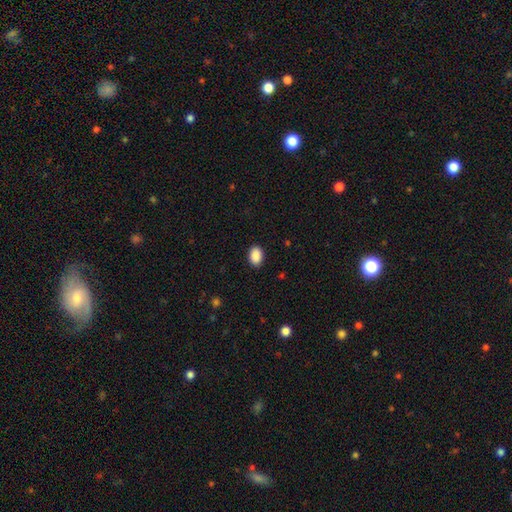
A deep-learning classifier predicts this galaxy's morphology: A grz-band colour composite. It shows a smooth galaxy with no disk features (90%) that is in between round and cigar-shaped (84%). Merging: none (89%).